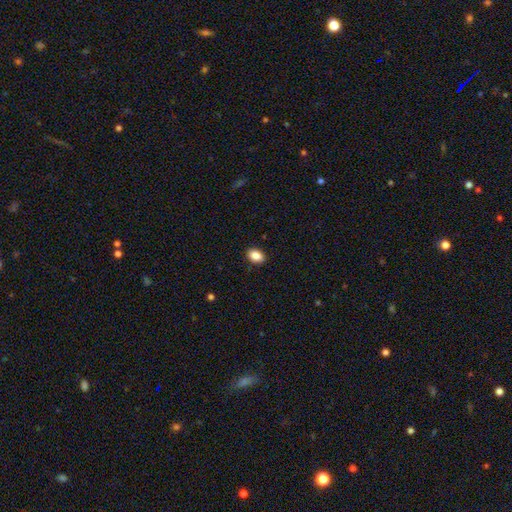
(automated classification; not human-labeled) This is clearly a smooth galaxy (88%). How rounded: clearly in between (80%). Merging: clearly none (90%).